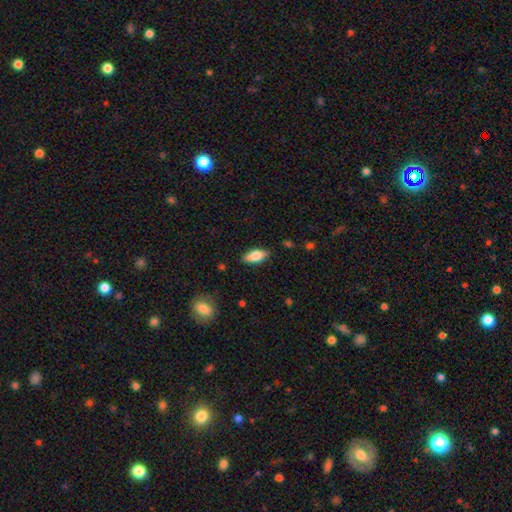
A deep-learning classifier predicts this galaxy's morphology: smooth_or_featured: smooth (p=0.75) [alt: featured or disk p=0.18]
how_rounded: in between (p=0.83) [alt: cigar-shaped p=0.14]
merging: none (p=0.83) [alt: minor disturbance p=0.13]